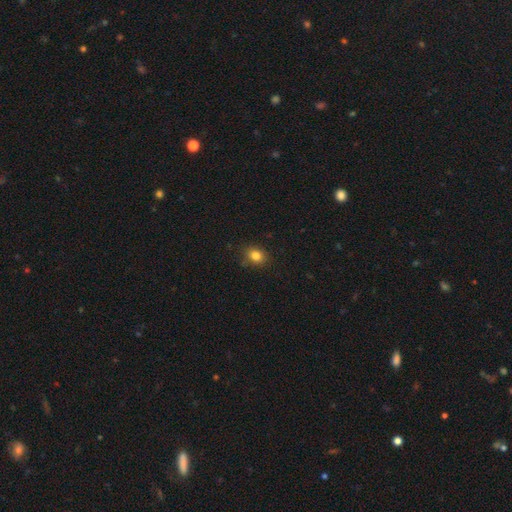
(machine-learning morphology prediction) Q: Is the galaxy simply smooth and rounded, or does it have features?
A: smooth — 82%.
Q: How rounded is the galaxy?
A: round — 53%.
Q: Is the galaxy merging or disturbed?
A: none — 83%.